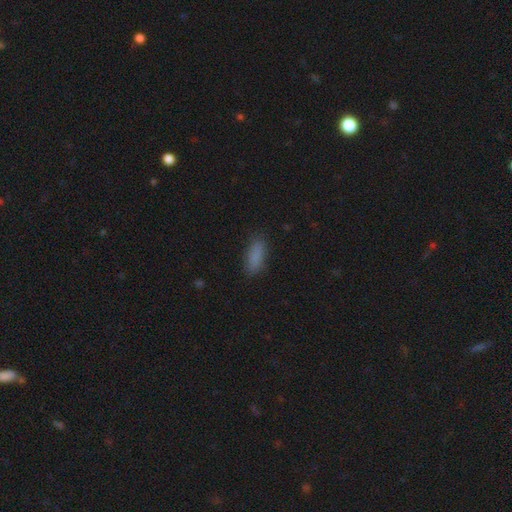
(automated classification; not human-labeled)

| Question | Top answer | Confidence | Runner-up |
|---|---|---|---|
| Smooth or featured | smooth | 86% | star or artifact (8%) |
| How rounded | in between | 69% | cigar-shaped (29%) |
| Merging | none | 83% | minor disturbance (12%) |